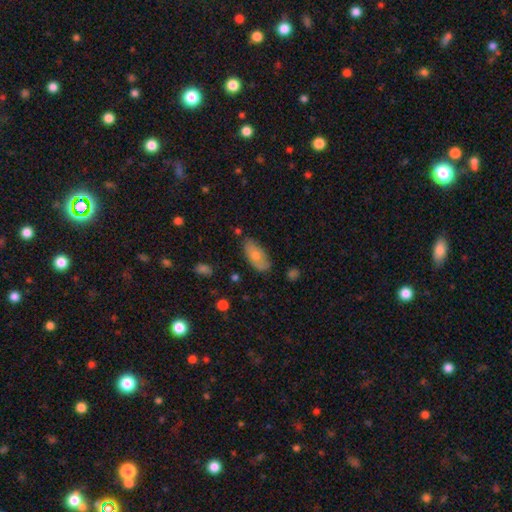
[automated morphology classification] The model was most divided on "smooth or featured": smooth: 71%, featured or disk: 23%, star or artifact: 6%. More confident: how rounded — in between (91%); merging — none (73%).